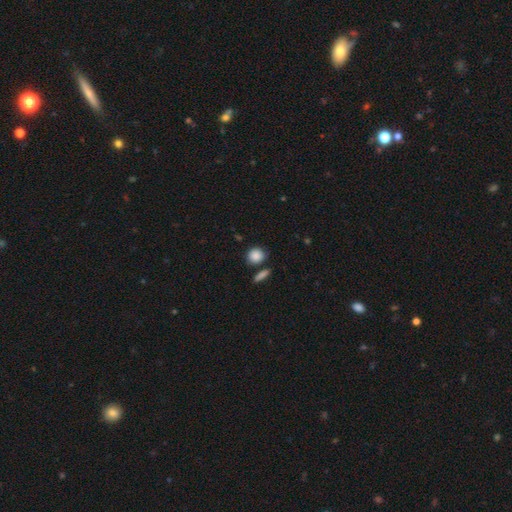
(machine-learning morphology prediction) Overall: smooth (88%). How rounded: round (75%). Merging: none (75%).